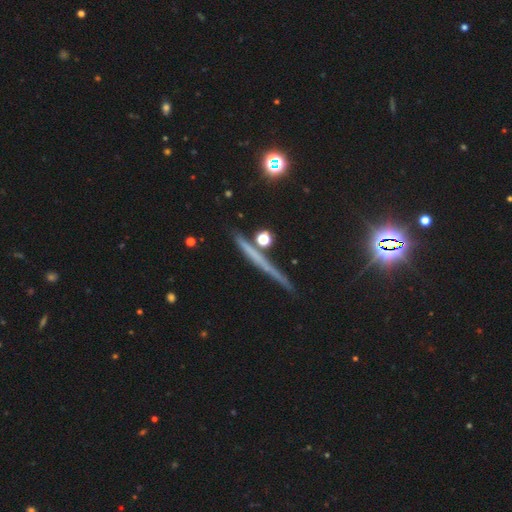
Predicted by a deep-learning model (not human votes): The model was most divided on "smooth or featured": featured or disk: 49%, smooth: 35%, star or artifact: 16%. More confident: merging — none (83%).